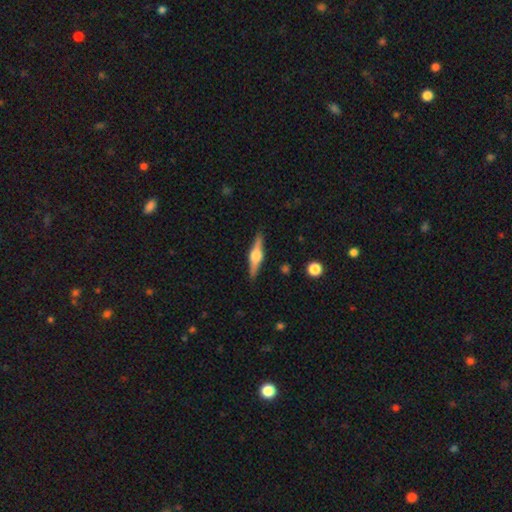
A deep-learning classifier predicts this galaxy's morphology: featured or disk 76%, smooth 18%, star or artifact 6%. Down the decision tree: edge-on disk — yes (98%); edge-on bulge — rounded (92%); merging — none (90%).